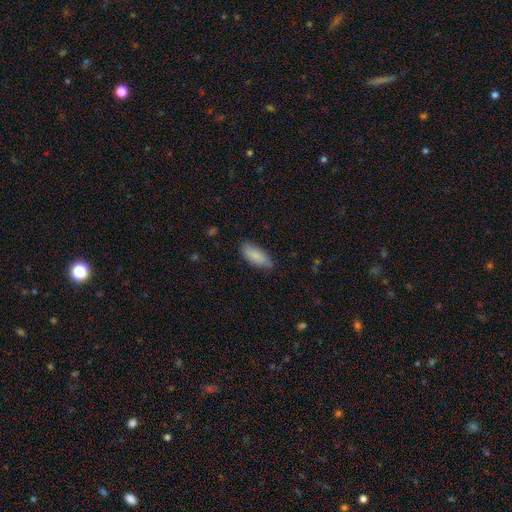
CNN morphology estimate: type=smooth (86%); roundness=in between (82%); merging=none (79%).